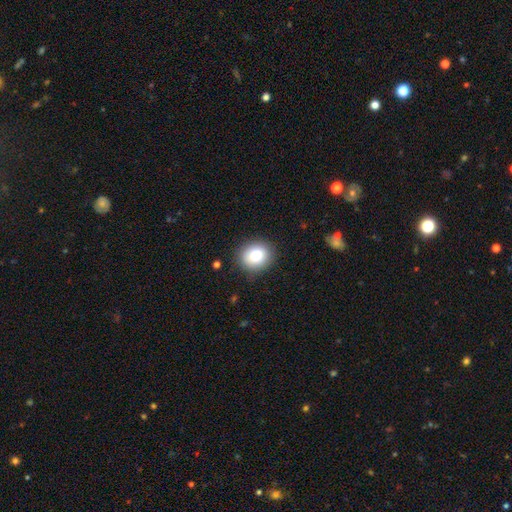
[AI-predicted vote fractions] smooth 78%, featured or disk 11%, star or artifact 10%. Down the decision tree: how rounded — round (75%); merging — none (88%).